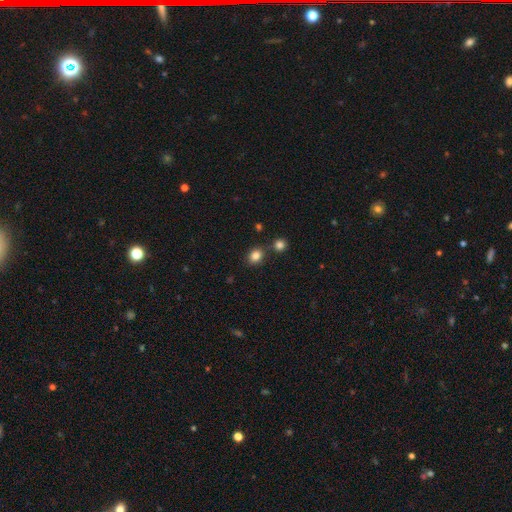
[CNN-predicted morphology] smooth-or-featured: smooth: 83% | star or artifact: 11% | featured or disk: 5%
  how-rounded: round: 61% | in between: 38% | cigar-shaped: 1%
  merging: none: 76% | merger: 11% | minor disturbance: 10% | major disturbance: 3%